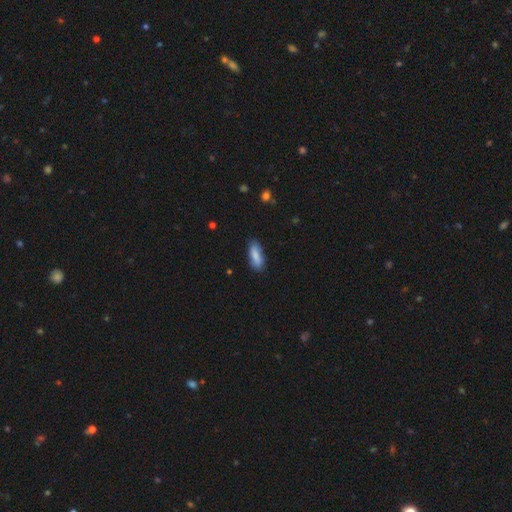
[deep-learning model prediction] Overall: smooth (84%). How rounded: in between (71%). Merging: none (79%).